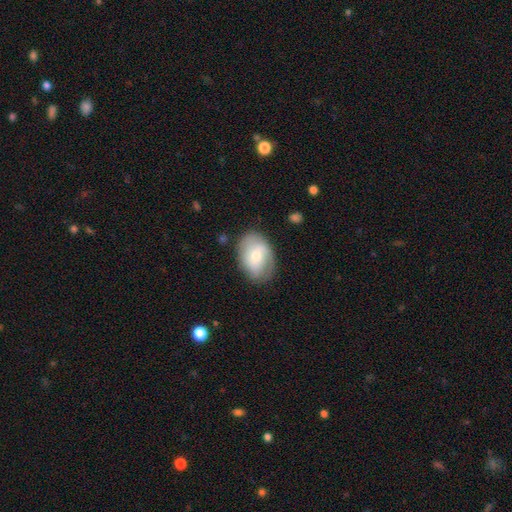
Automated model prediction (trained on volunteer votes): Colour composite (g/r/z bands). It shows a smooth galaxy with no disk features (53%) that is in between round and cigar-shaped (77%). Merging: none (74%).